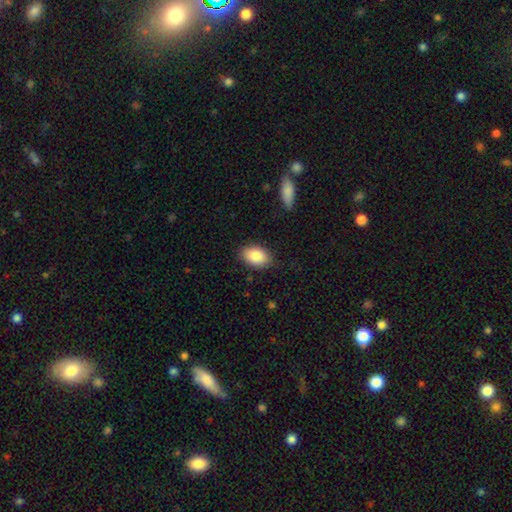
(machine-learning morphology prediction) Smooth or featured? Predicted: smooth (p=0.85). How rounded? Predicted: in between (p=0.89). Merging? Predicted: none (p=0.84).